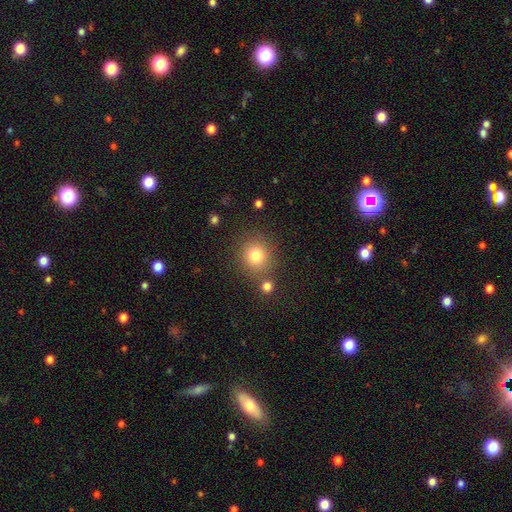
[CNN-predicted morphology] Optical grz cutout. It shows a smooth galaxy with no disk features (80%) that is round (86%). Merging: none (78%).